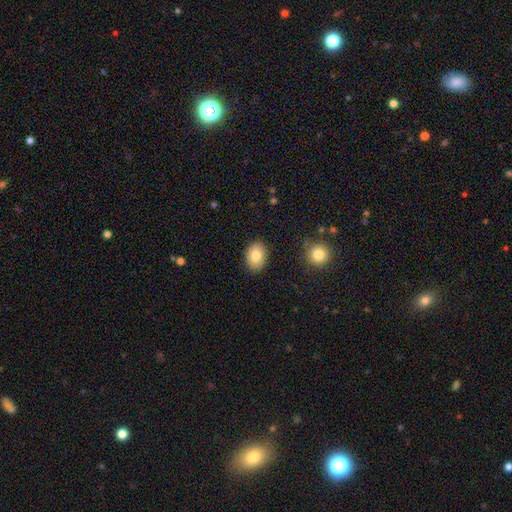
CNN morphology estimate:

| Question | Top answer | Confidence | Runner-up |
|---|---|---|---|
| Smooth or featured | smooth | 81% | featured or disk (11%) |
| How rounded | in between | 78% | round (21%) |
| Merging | none | 88% | minor disturbance (9%) |